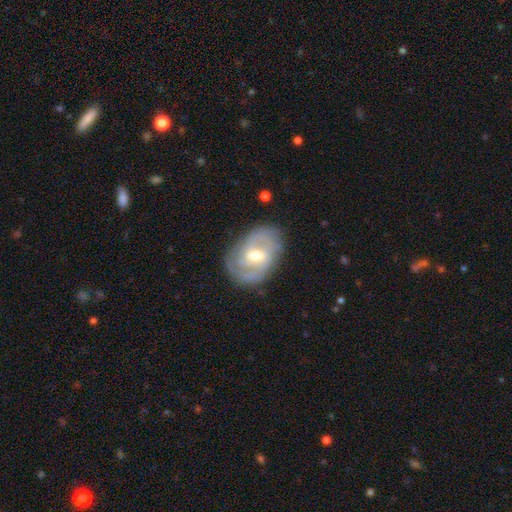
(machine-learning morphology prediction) A featured or disk galaxy (77%) with a weak bar (54%), 2 (58%) tight (49%) spiral arms (85%) and a moderate central bulge (67%). Merging: none (76%).